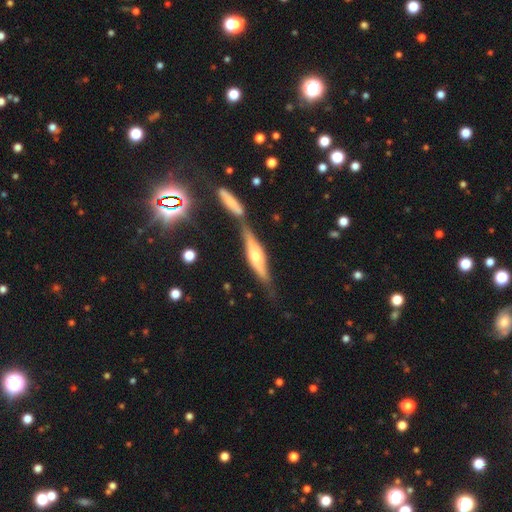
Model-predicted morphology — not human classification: This is likely a featured or disk galaxy (65%). It is clearly viewed edge-on (91%). Edge-on bulge: clearly rounded (86%). Merging: possibly none (55%).